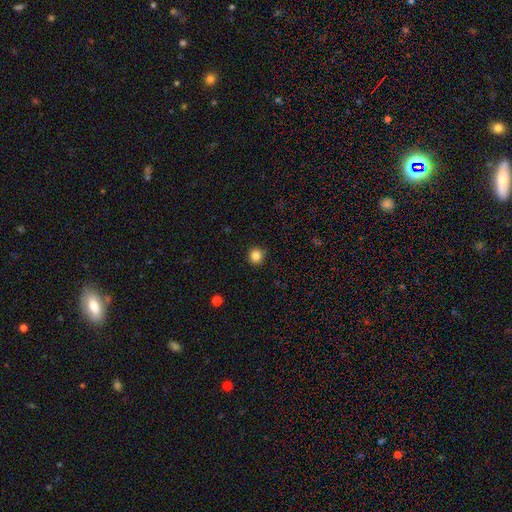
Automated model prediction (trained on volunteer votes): A smooth galaxy with no disk features (85%) that is round (92%). Merging: none (90%).